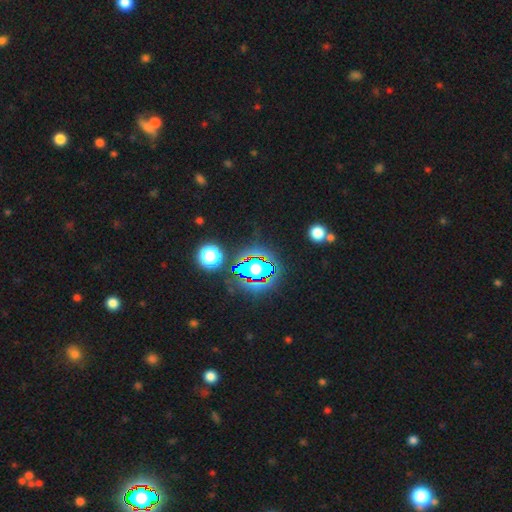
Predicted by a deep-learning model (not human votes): A star or artifact, not a galaxy (81%).

Vote fractions:
- Smooth or featured? star or artifact: 81% / smooth: 12% / featured or disk: 7%